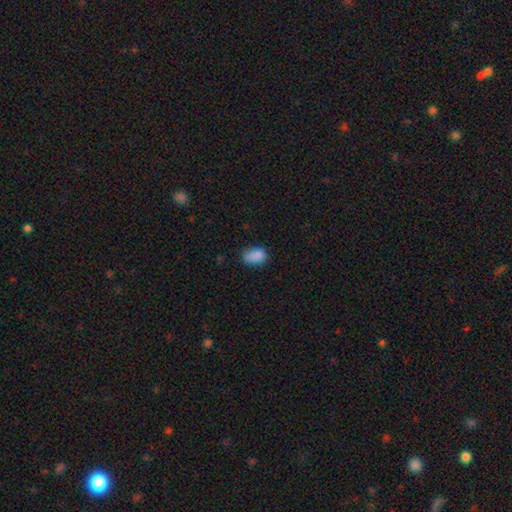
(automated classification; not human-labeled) Smooth or featured? smooth (86%)
How rounded? in between (87%)
Merging? none (65%)